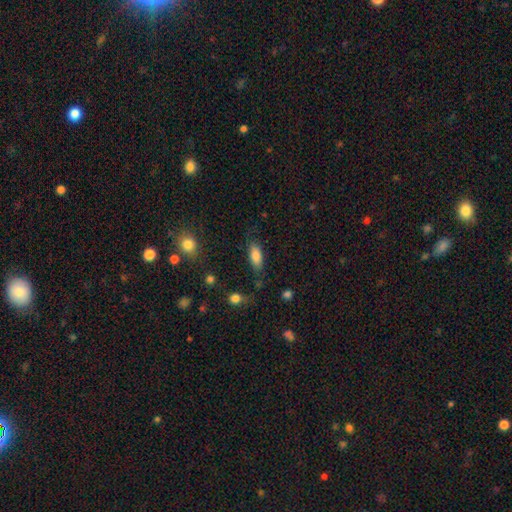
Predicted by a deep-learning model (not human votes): Smooth or featured? Predicted: smooth (p=0.83). How rounded? Predicted: in between (p=0.83). Merging? Predicted: none (p=0.73).